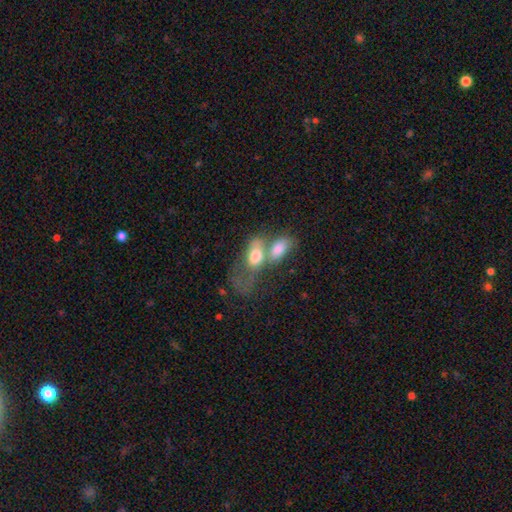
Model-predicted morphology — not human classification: Smooth or featured? Predicted: smooth (p=0.68). How rounded? Predicted: in between (p=0.86). Merging? Predicted: merger (p=0.69).